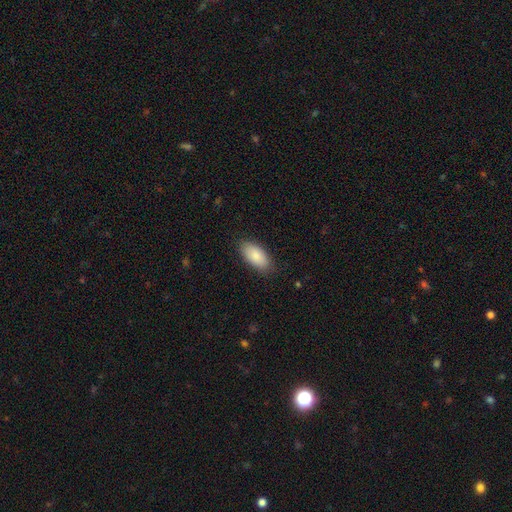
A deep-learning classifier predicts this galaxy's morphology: A smooth galaxy with no disk features (85%) that is in between round and cigar-shaped (93%). Merging: none (85%).